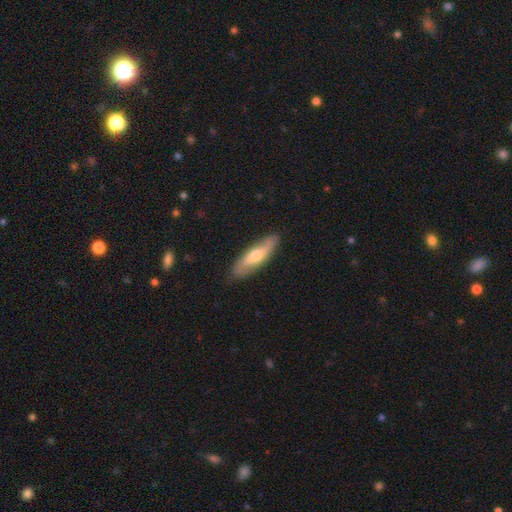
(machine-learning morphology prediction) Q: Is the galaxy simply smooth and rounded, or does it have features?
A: featured or disk — 48%.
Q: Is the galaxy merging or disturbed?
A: none — 85%.